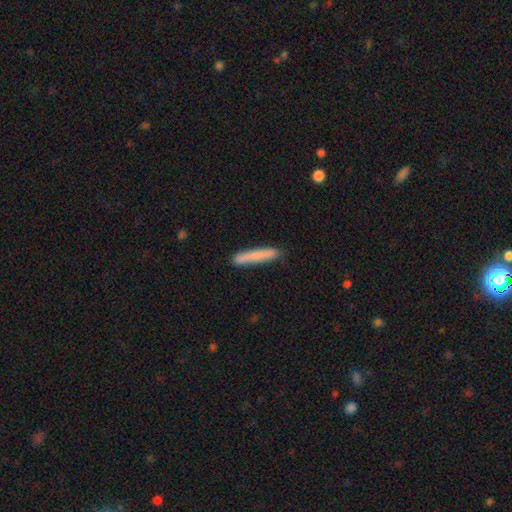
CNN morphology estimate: Smooth or featured? Predicted: smooth (p=0.78). How rounded? Predicted: cigar-shaped (p=0.94). Merging? Predicted: none (p=0.86).